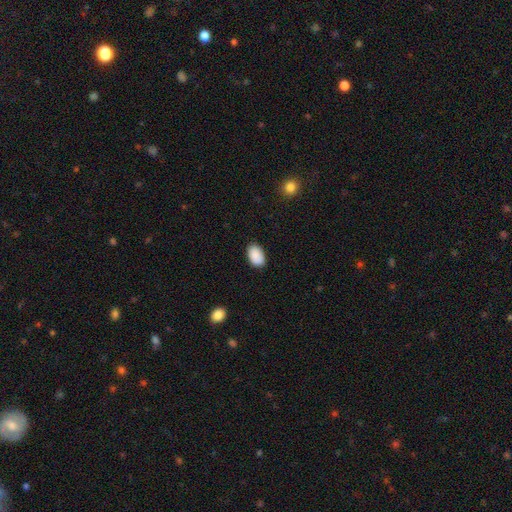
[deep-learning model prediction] Smooth or featured?
  - smooth: 91% *
  - star or artifact: 7%
  - featured or disk: 3%
How rounded?
  - in between: 92% *
  - round: 7%
  - cigar-shaped: 1%
Merging?
  - none: 87% *
  - minor disturbance: 10%
  - major disturbance: 2%
  - merger: 1%